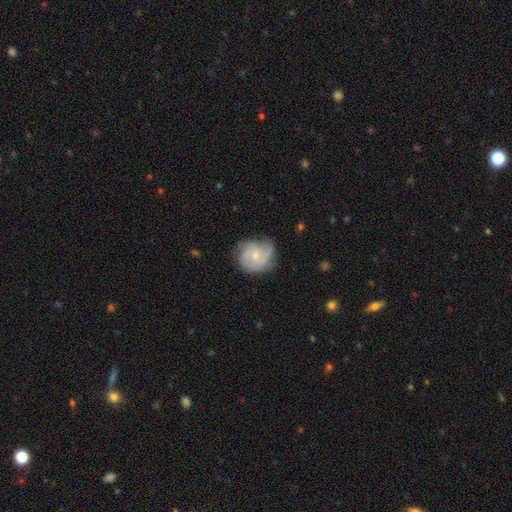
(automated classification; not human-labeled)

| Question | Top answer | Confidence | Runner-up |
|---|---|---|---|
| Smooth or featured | featured or disk | 71% | smooth (23%) |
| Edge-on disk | no | 98% | yes (2%) |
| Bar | no | 70% | weak (27%) |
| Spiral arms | yes | 93% | no (7%) |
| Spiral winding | tight | 44% | medium (43%) |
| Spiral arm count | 3 | 43% | 2 (23%) |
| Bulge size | small | 62% | moderate (32%) |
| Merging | none | 63% | minor disturbance (26%) |